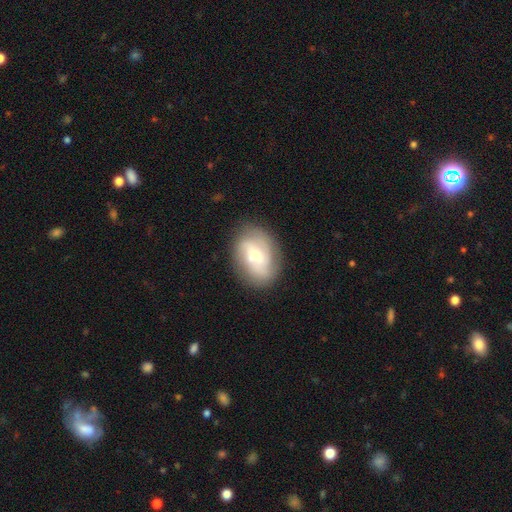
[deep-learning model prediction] smooth_or_featured: featured or disk (p=0.56) [alt: smooth p=0.36]
disk_edge_on: no (p=0.95) [alt: yes p=0.05]
bar: no (p=0.43) [alt: weak p=0.42]
has_spiral_arms: yes (p=0.74) [alt: no p=0.26]
bulge_size: small (p=0.51) [alt: moderate p=0.43]
merging: none (p=0.76) [alt: minor disturbance p=0.16]